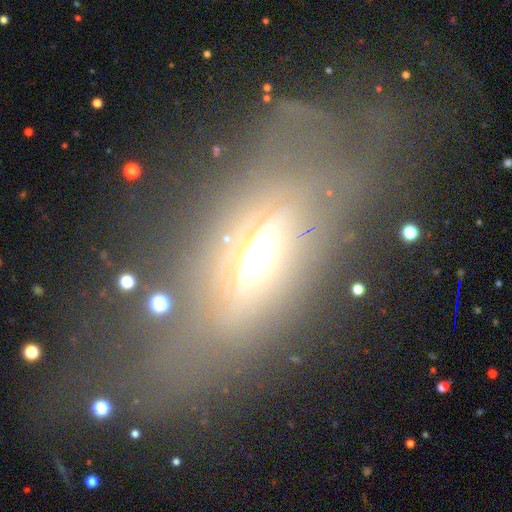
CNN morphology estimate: Smooth or featured? featured or disk (54%)
Edge-on disk? yes (56%)
Merging? none (45%)